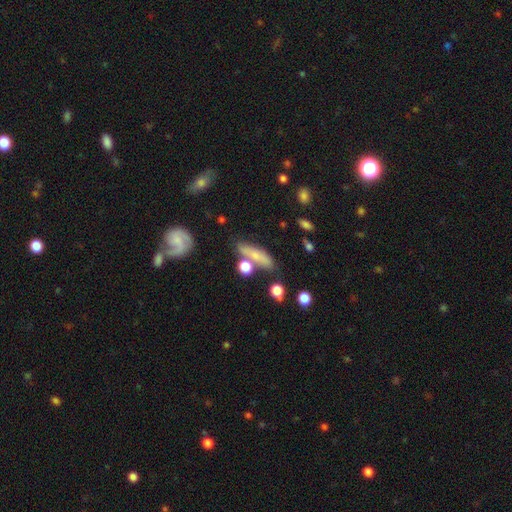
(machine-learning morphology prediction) smooth 62%, featured or disk 28%, star or artifact 10%. Down the decision tree: how rounded — cigar-shaped (61%); merging — none (62%).